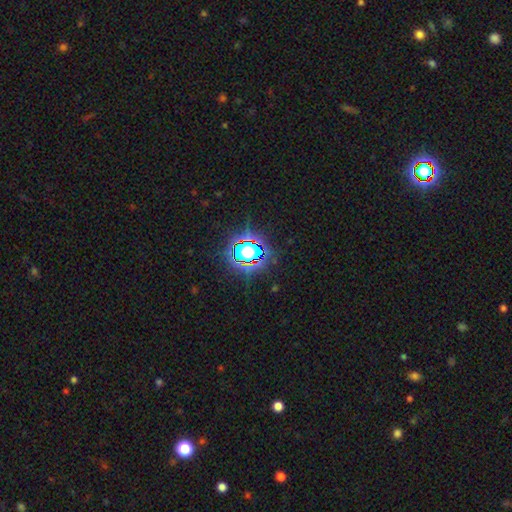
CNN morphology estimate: Q: Smooth or featured?
A: star or artifact (82%); runner-up: smooth (11%)